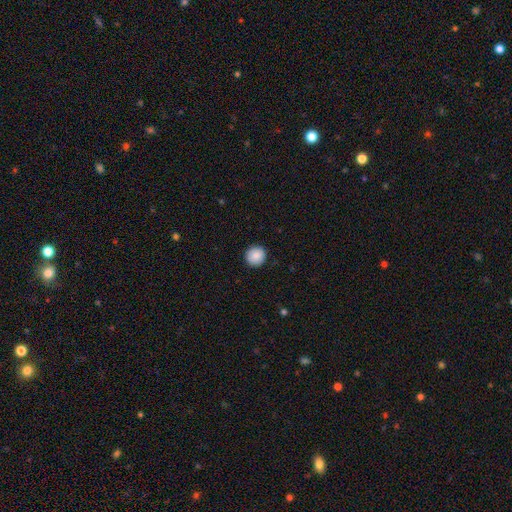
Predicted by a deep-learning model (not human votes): Smooth or featured?
  - smooth: 88% *
  - star or artifact: 8%
  - featured or disk: 4%
How rounded?
  - round: 94% *
  - in between: 5%
  - cigar-shaped: 1%
Merging?
  - none: 92% *
  - minor disturbance: 5%
  - major disturbance: 2%
  - merger: 1%